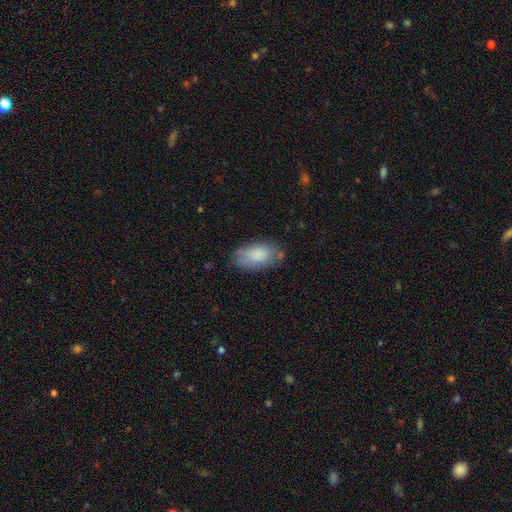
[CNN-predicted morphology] Smooth or featured? Predicted: smooth (p=0.83). How rounded? Predicted: in between (p=0.94). Merging? Predicted: none (p=0.72).